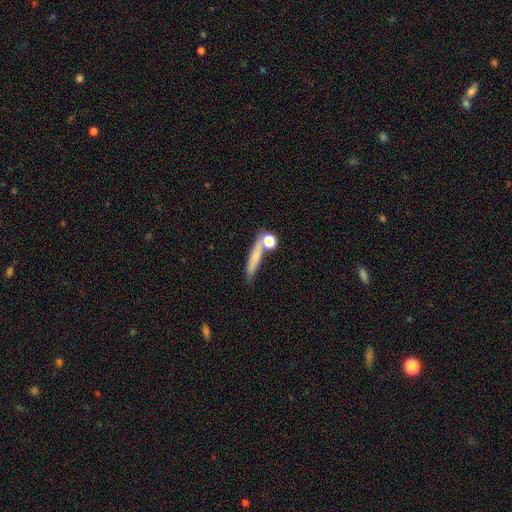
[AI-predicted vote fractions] smooth 63%, featured or disk 26%, star or artifact 11%. Down the decision tree: how rounded — cigar-shaped (73%); merging — none (62%).